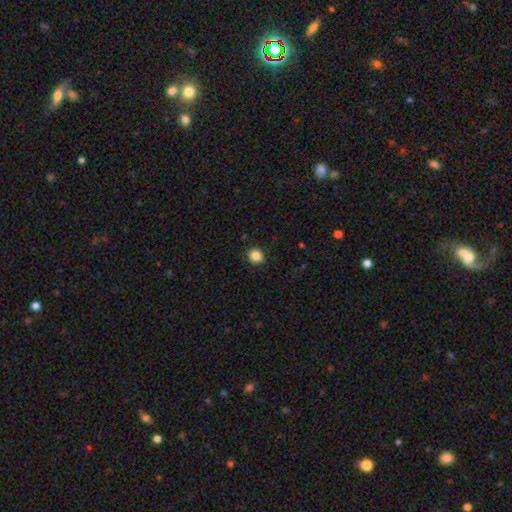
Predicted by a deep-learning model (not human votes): Morphology: type=smooth (86%); roundness=round (85%); merging=none (91%).